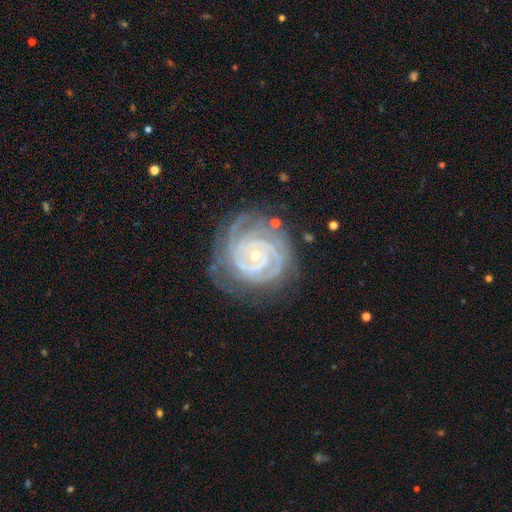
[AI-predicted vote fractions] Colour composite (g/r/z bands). It shows a featured or disk galaxy (91%) with no bar (62%), 3 (28%) tight (83%) spiral arms (98%) and a small central bulge (78%). Merging: none (71%).